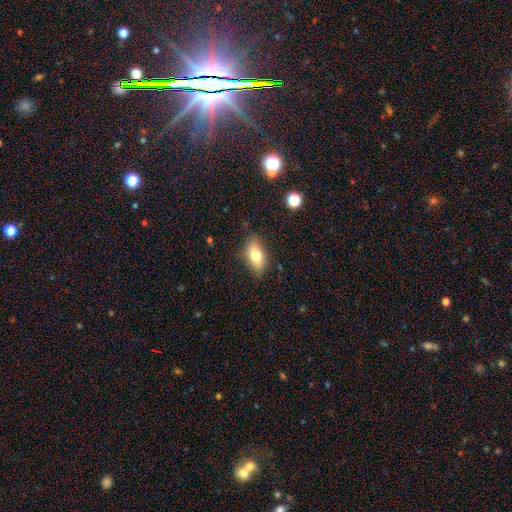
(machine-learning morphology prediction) A smooth galaxy with no disk features (77%) that is in between round and cigar-shaped (88%).

Vote fractions:
- Smooth or featured? smooth: 77% / featured or disk: 15% / star or artifact: 8%
- How rounded? in between: 88% / cigar-shaped: 6% / round: 6%
- Merging? none: 78% / minor disturbance: 16% / major disturbance: 3% / merger: 2%